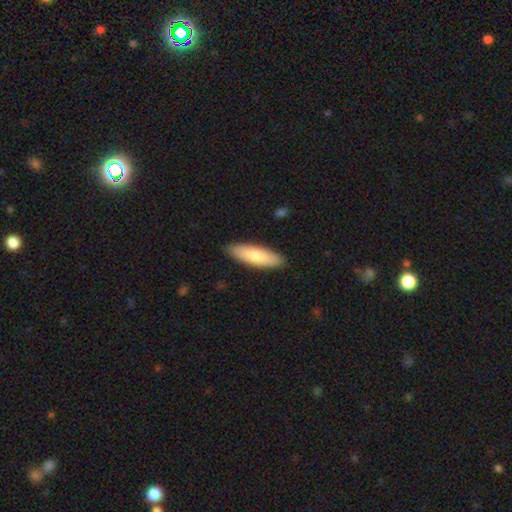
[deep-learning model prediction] Smooth or featured? Predicted: smooth (p=0.80). How rounded? Predicted: cigar-shaped (p=0.53). Merging? Predicted: none (p=0.89).